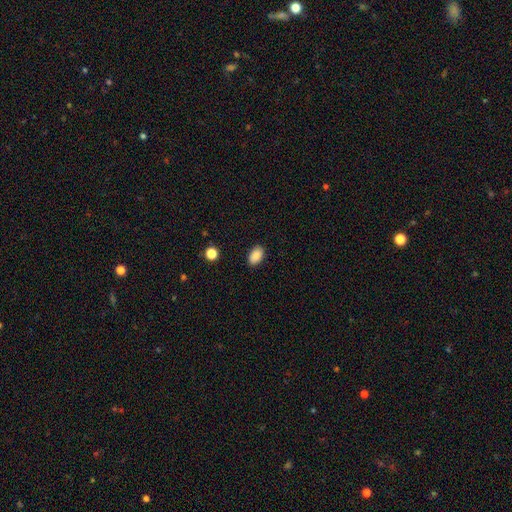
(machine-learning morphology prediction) A smooth galaxy with no disk features (89%) that is in between round and cigar-shaped (90%). Merging: none (88%).